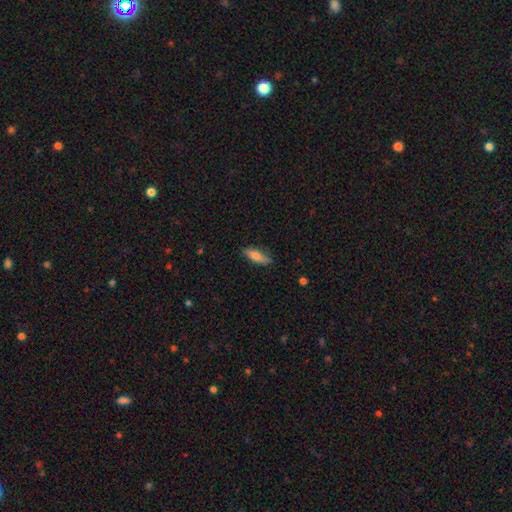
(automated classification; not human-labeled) Smooth or featured: smooth — 74% (featured or disk — 20%)
How rounded: in between — 55% (cigar-shaped — 42%)
Merging: none — 81% (minor disturbance — 16%)